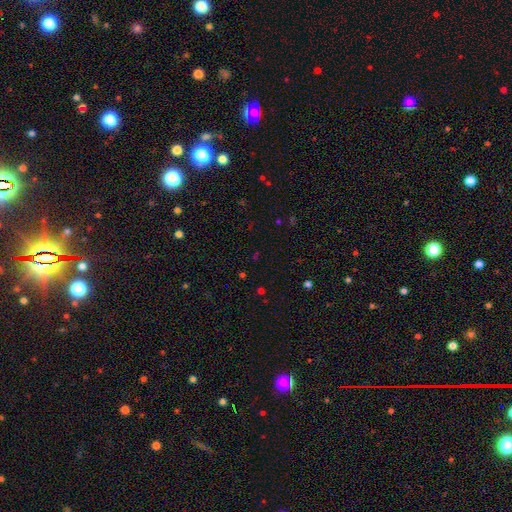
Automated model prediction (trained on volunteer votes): Smooth or featured?
  - star or artifact: 61% *
  - smooth: 30%
  - featured or disk: 8%